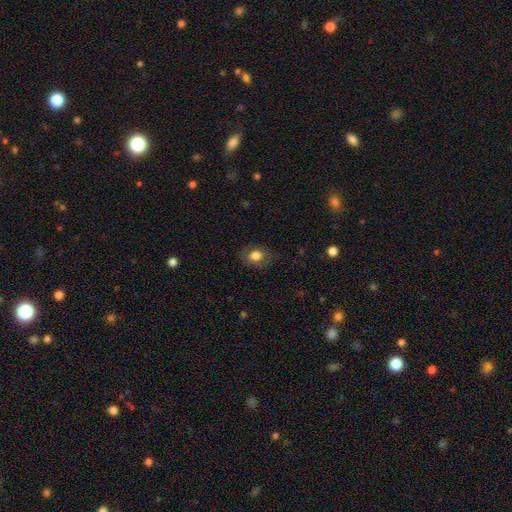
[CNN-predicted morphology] Q: Smooth or featured?
A: smooth (77%); runner-up: featured or disk (14%)
Q: How rounded?
A: in between (53%); runner-up: round (46%)
Q: Merging?
A: none (79%); runner-up: minor disturbance (14%)